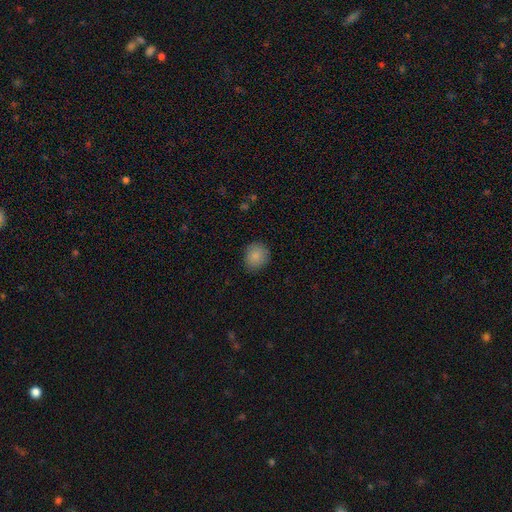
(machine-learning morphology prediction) smooth_or_featured: smooth (p=0.86) [alt: star or artifact p=0.08]
how_rounded: round (p=0.77) [alt: in between p=0.22]
merging: none (p=0.84) [alt: minor disturbance p=0.13]